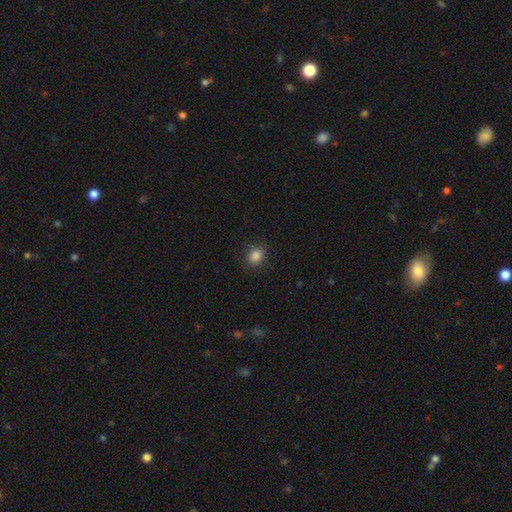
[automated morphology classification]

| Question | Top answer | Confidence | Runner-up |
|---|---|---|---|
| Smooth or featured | smooth | 85% | star or artifact (11%) |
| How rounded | round | 54% | in between (45%) |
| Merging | none | 88% | minor disturbance (8%) |